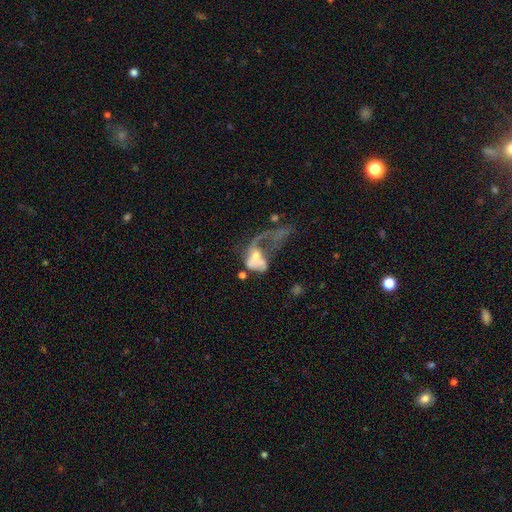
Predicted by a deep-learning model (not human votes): featured or disk 54%, smooth 36%, star or artifact 10%. Down the decision tree: edge-on disk — no (97%); bar — no (79%); spiral arms — no (66%); bulge size — moderate (35%); merging — major disturbance (53%).